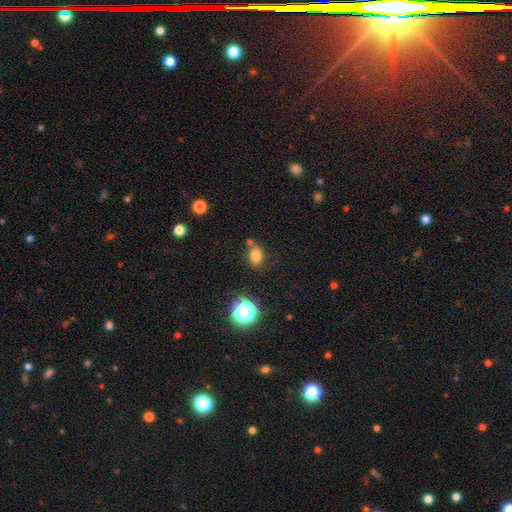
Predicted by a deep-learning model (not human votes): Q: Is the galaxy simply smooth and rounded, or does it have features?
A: smooth — 78%.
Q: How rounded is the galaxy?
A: in between — 66%.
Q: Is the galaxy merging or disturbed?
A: none — 71%.